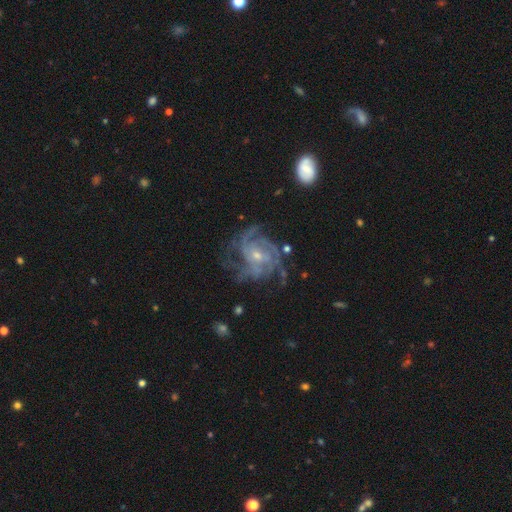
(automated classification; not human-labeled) Smooth or featured? featured or disk (87%)
Edge-on disk? no (98%)
Bar? no (60%)
Spiral arms? yes (96%)
Spiral winding? tight (55%)
Spiral arm count? 4 (27%)
Bulge size? small (65%)
Merging? none (61%)